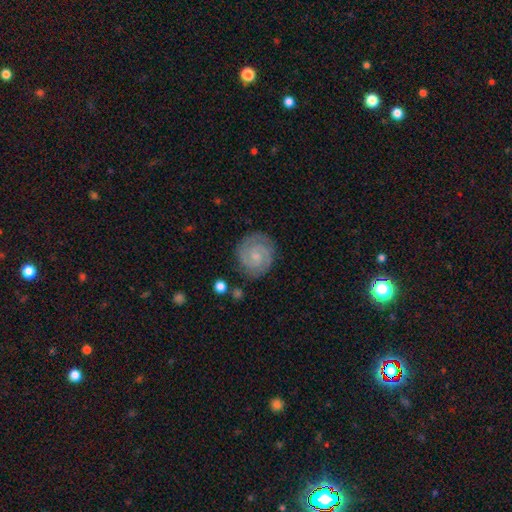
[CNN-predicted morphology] The model was most divided on "bar": no: 56%, weak: 37%, strong: 7%. More confident: edge-on disk — no (98%); spiral arms — yes (98%); smooth or featured — featured or disk (85%); merging — none (84%); spiral arm count — 2 (82%); spiral winding — tight (69%); bulge size — small (60%).